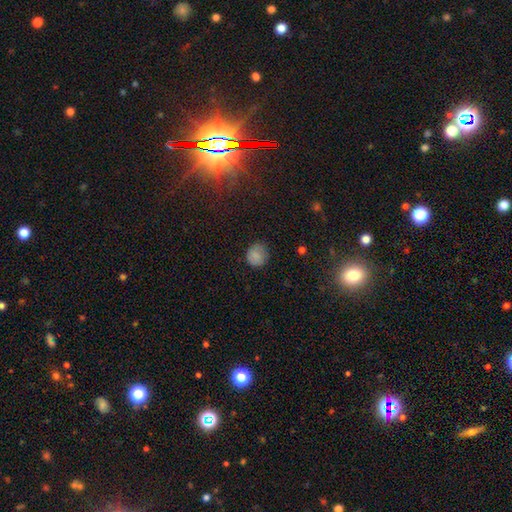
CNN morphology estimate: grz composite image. It shows a smooth galaxy with no disk features (84%) that is round (85%). Merging: none (79%).